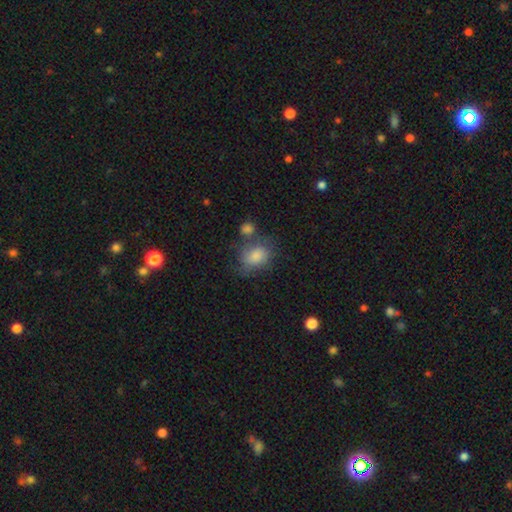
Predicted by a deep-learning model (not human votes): smooth-or-featured: smooth: 75% | featured or disk: 15% | star or artifact: 10%
  how-rounded: in between: 55% | round: 43% | cigar-shaped: 1%
  merging: none: 51% | minor disturbance: 23% | merger: 14% | major disturbance: 11%